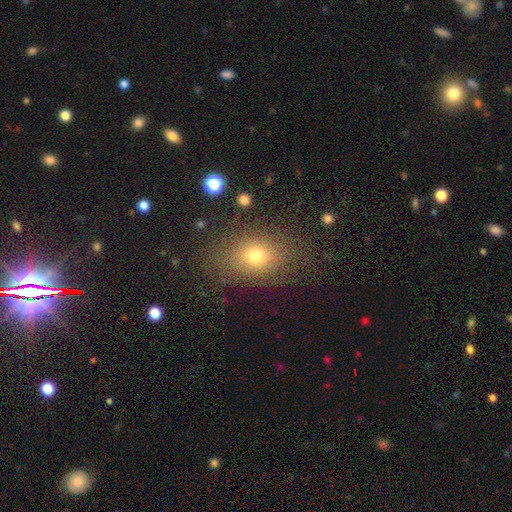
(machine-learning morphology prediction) Smooth or featured?
  - smooth: 71% *
  - star or artifact: 15%
  - featured or disk: 13%
How rounded?
  - in between: 67% *
  - round: 31%
  - cigar-shaped: 2%
Merging?
  - none: 79% *
  - minor disturbance: 13%
  - major disturbance: 6%
  - merger: 2%